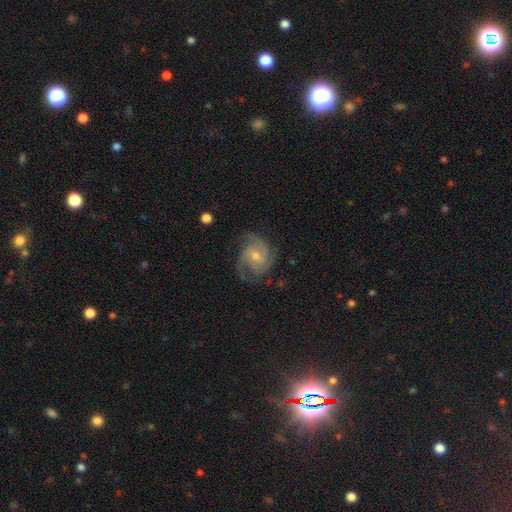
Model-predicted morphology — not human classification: This appears to be a featured or disk galaxy (87%) with no bar (57%), 3 (46%) tight (48%) spiral arms (98%) and a small central bulge (49%). Merging: none (73%).